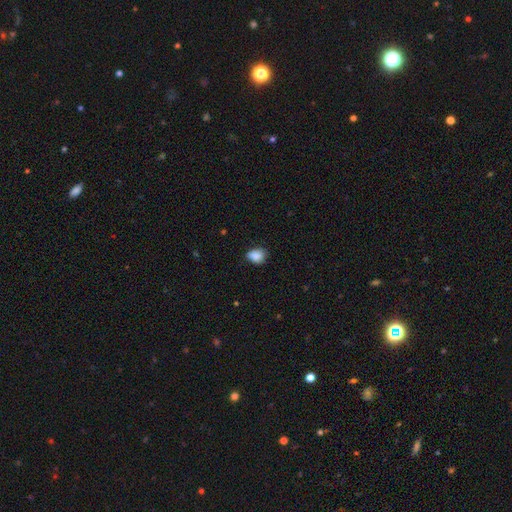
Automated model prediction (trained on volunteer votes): Smooth or featured? smooth (86%)
How rounded? in between (59%)
Merging? none (58%)